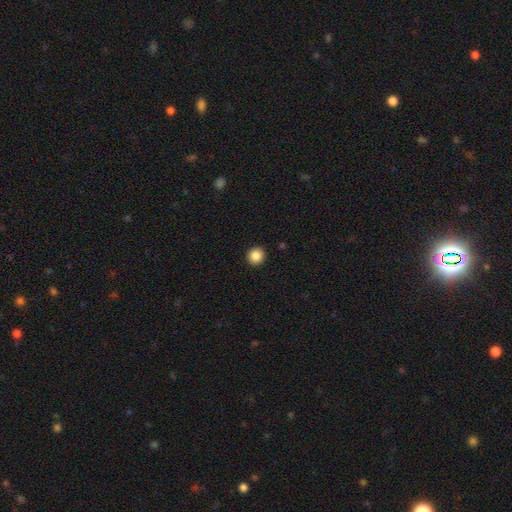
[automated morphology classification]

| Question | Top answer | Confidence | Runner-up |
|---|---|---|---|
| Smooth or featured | smooth | 86% | star or artifact (10%) |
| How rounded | round | 94% | in between (5%) |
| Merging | none | 93% | minor disturbance (5%) |